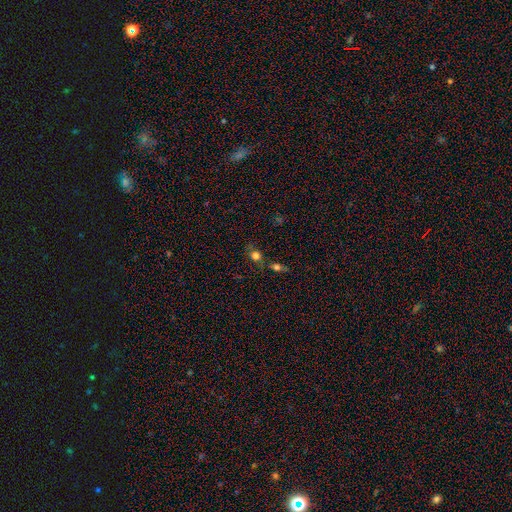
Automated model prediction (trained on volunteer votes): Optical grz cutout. It shows a smooth galaxy with no disk features (70%) that is round (69%). Merging: none (54%).